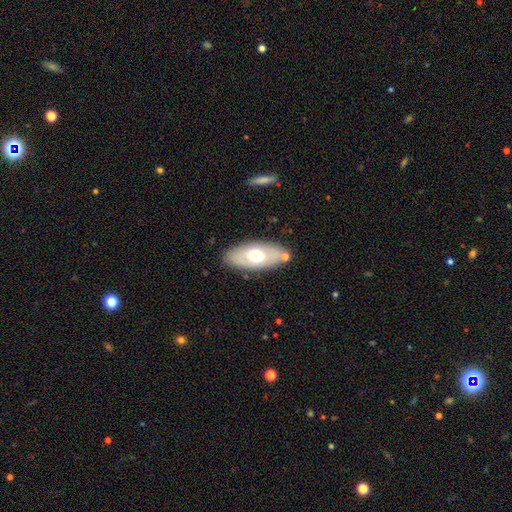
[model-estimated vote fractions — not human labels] Smooth or featured: smooth — 58% (featured or disk — 35%)
How rounded: in between — 89% (cigar-shaped — 8%)
Merging: none — 80% (minor disturbance — 12%)